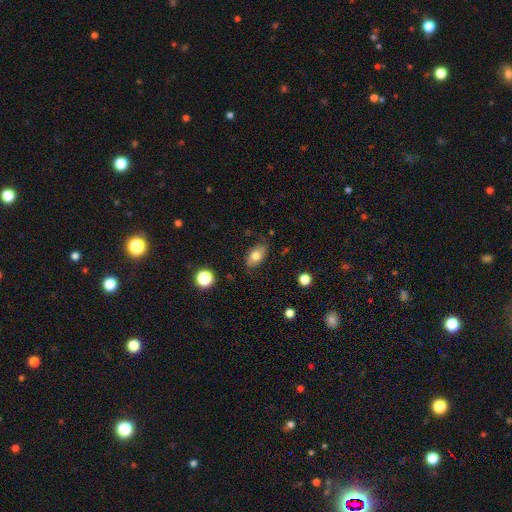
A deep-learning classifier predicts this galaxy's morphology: Q: Smooth or featured?
A: smooth (74%); runner-up: featured or disk (17%)
Q: How rounded?
A: in between (89%); runner-up: round (9%)
Q: Merging?
A: none (80%); runner-up: minor disturbance (15%)